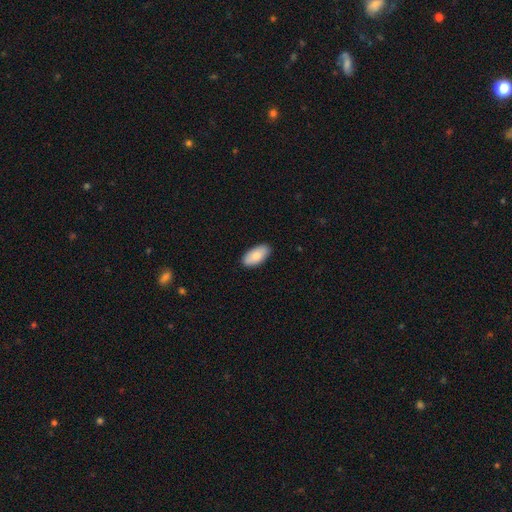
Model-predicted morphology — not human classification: smooth_or_featured: smooth (p=0.85) [alt: featured or disk p=0.09]
how_rounded: in between (p=0.94) [alt: cigar-shaped p=0.04]
merging: none (p=0.89) [alt: minor disturbance p=0.09]